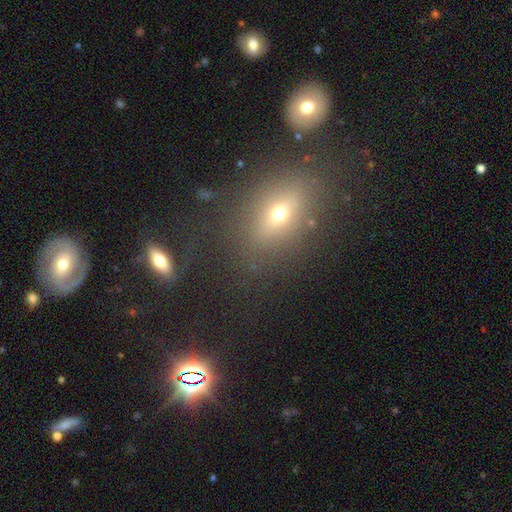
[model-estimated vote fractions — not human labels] Morphology: type=smooth (46%); merging=none (77%).